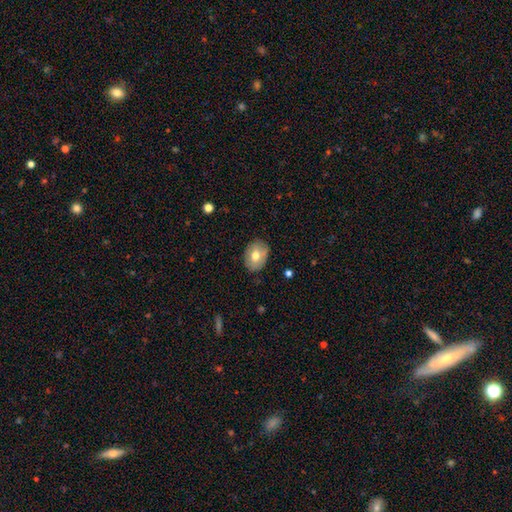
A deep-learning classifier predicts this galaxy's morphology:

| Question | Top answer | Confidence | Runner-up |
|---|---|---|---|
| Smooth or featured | smooth | 66% | featured or disk (27%) |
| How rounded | in between | 66% | round (33%) |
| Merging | none | 83% | minor disturbance (14%) |